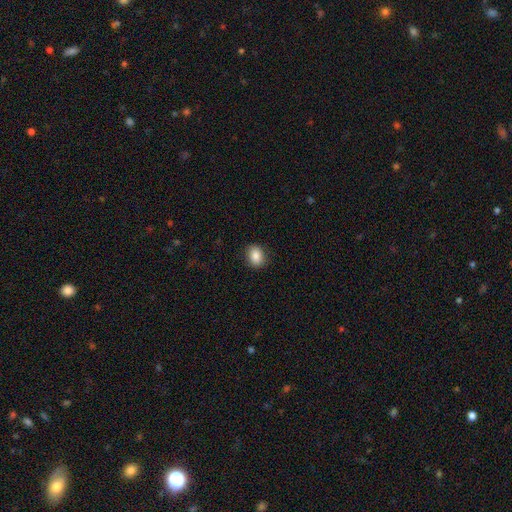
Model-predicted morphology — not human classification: Smooth or featured? smooth (87%)
How rounded? in between (56%)
Merging? none (89%)